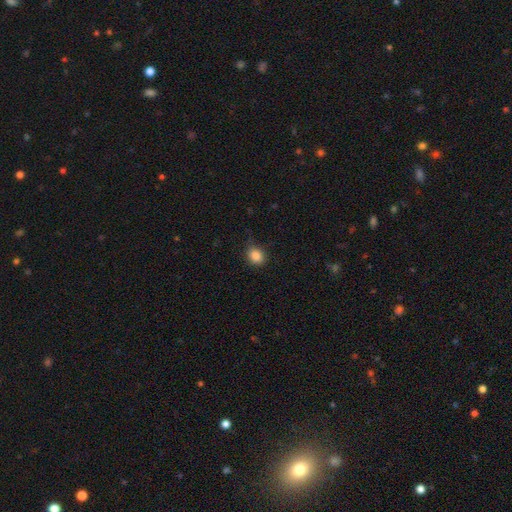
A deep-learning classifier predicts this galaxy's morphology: This appears to be a smooth galaxy with no disk features (85%) that is round (62%). Merging: none (80%).